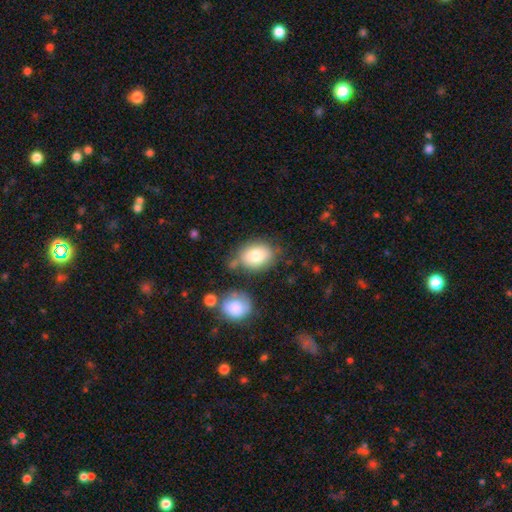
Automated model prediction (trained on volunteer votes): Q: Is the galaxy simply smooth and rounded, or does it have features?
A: smooth — 80%.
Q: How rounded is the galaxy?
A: in between — 61%.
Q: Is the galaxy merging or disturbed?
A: none — 64%.